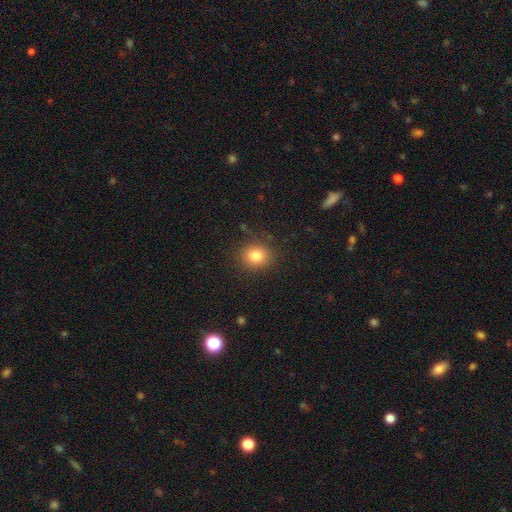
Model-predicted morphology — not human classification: Overall: smooth (80%). How rounded: round (73%). Merging: none (86%).